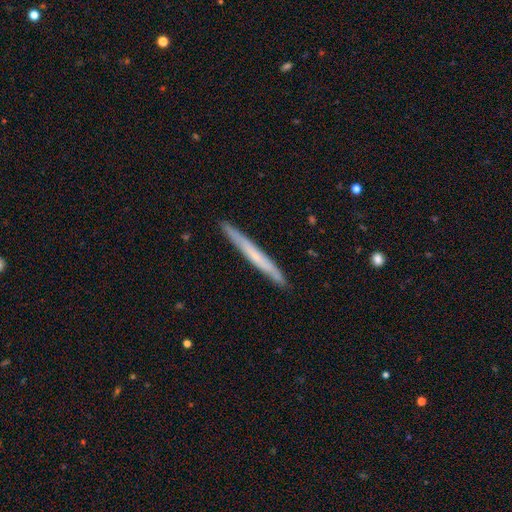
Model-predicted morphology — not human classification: smooth-or-featured: smooth: 48% | featured or disk: 46% | star or artifact: 6%
  merging: none: 91% | minor disturbance: 7% | major disturbance: 1% | merger: 1%